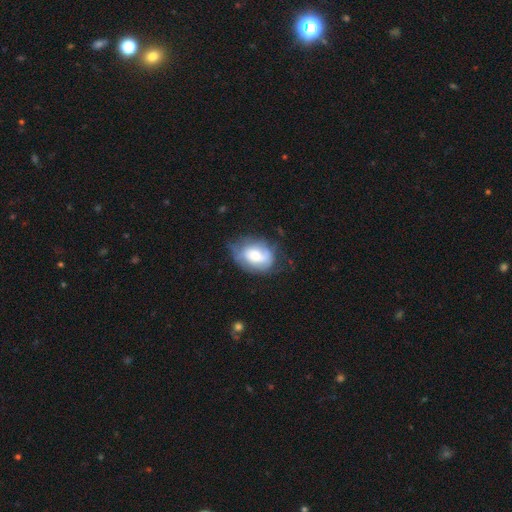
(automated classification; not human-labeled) Morphology: type=smooth (47%); merging=none (51%).